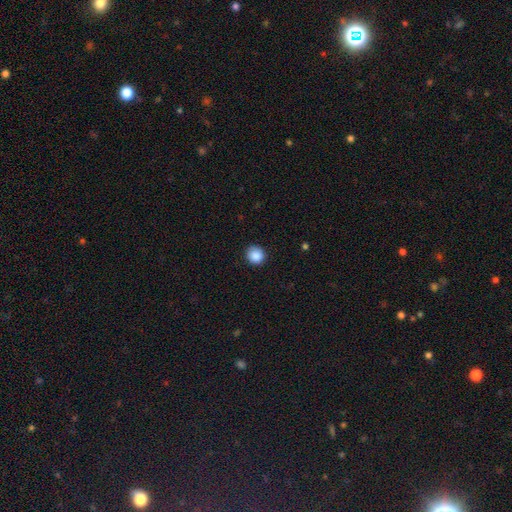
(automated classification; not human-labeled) Smooth or featured? smooth (88%)
How rounded? round (92%)
Merging? none (88%)